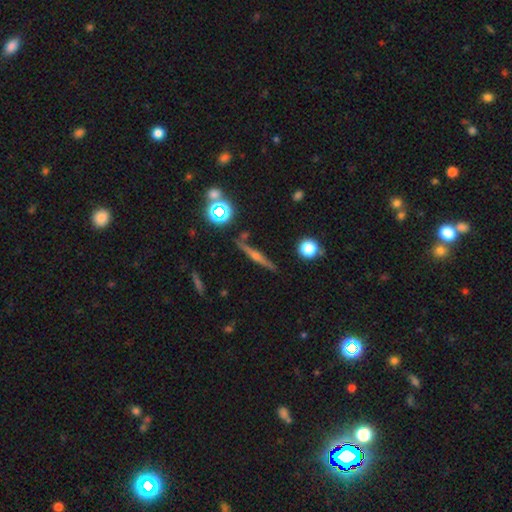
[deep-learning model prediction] Overall: featured or disk (72%). Edge-on disk: yes (96%). Edge-on bulge: rounded (87%). Merging: none (86%).